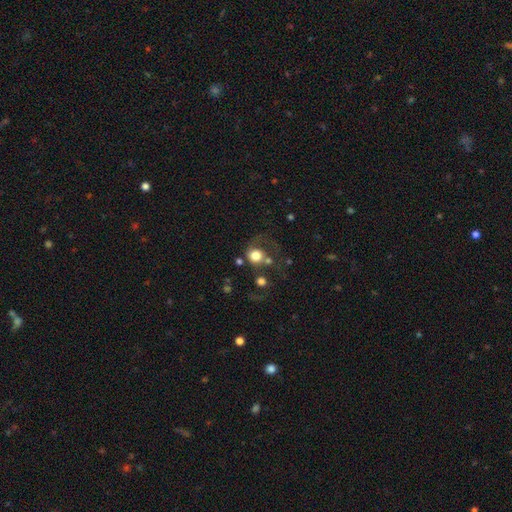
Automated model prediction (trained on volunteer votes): smooth-or-featured: smooth: 70% | featured or disk: 20% | star or artifact: 10%
  how-rounded: round: 81% | in between: 18% | cigar-shaped: 1%
  merging: none: 32% | major disturbance: 31% | merger: 22% | minor disturbance: 14%